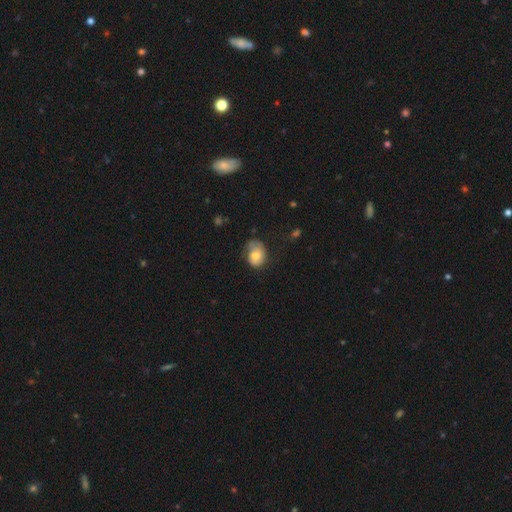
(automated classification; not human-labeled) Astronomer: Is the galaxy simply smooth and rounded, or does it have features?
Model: smooth — 65%.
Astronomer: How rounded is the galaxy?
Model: in between — 62%.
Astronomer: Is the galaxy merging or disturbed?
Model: none — 49% (runner-up: minor disturbance, 34%).